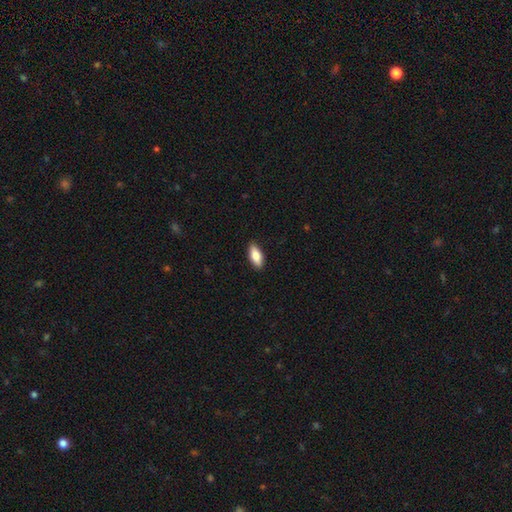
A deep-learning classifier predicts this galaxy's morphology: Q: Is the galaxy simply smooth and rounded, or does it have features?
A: smooth — 82%.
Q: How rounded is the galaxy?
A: in between — 82%.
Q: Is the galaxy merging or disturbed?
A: none — 89%.